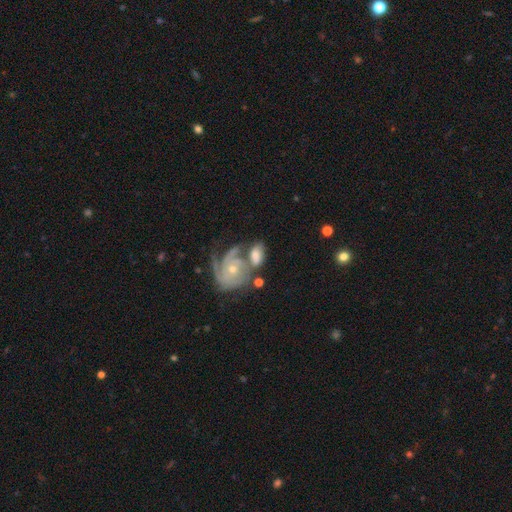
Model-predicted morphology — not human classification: Smooth or featured: featured or disk — 58% (smooth — 34%)
Edge-on disk: no — 95% (yes — 5%)
Bar: no — 69% (weak — 24%)
Spiral arms: yes — 87% (no — 13%)
Bulge size: small — 49% (moderate — 41%)
Merging: merger — 41% (none — 30%)